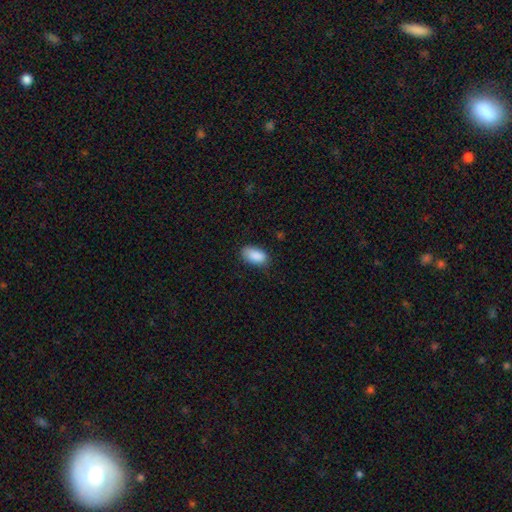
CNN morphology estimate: The model was most divided on "merging": none: 76%, minor disturbance: 19%, major disturbance: 4%, merger: 1%. More confident: how rounded — in between (93%); smooth or featured — smooth (89%).